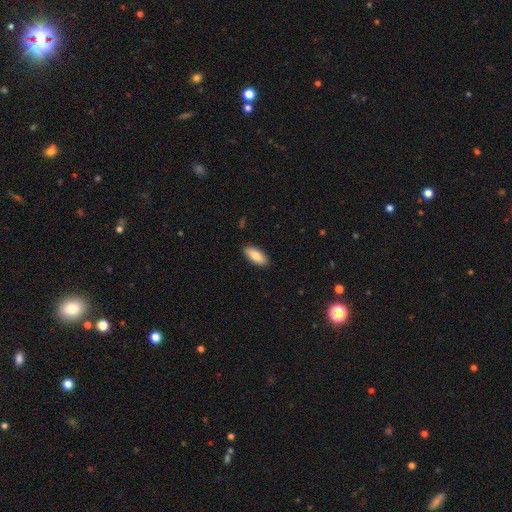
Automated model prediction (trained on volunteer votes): Morphology: type=smooth (85%); roundness=in between (86%); merging=none (89%).